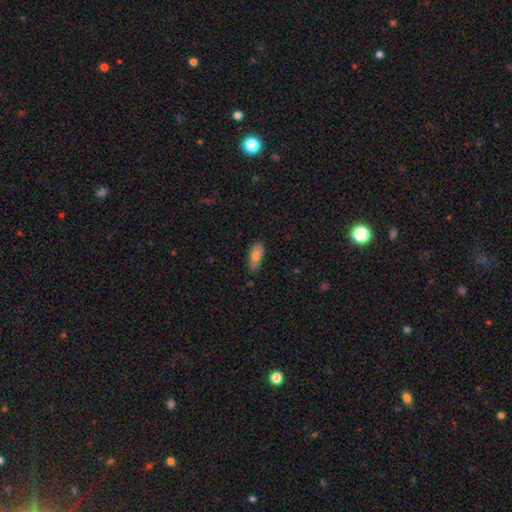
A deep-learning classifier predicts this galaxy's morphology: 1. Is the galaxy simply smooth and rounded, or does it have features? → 79% smooth, 14% featured or disk, 7% star or artifact.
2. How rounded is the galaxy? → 82% in between, 16% cigar-shaped, 2% round.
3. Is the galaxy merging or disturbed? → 79% none, 17% minor disturbance, 2% major disturbance, 1% merger.